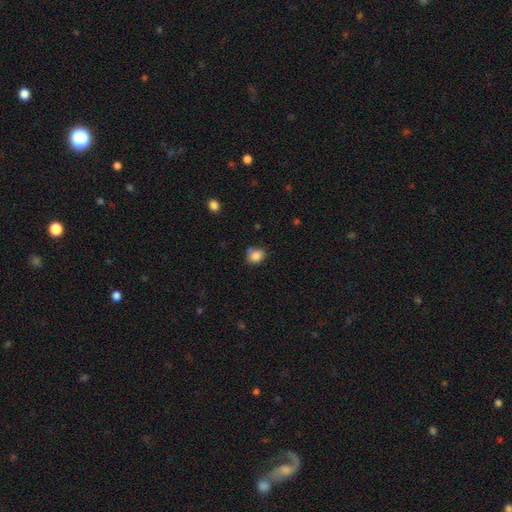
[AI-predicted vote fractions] smooth_or_featured: smooth (p=0.84) [alt: star or artifact p=0.10]
how_rounded: round (p=0.52) [alt: in between p=0.47]
merging: none (p=0.62) [alt: minor disturbance p=0.22]